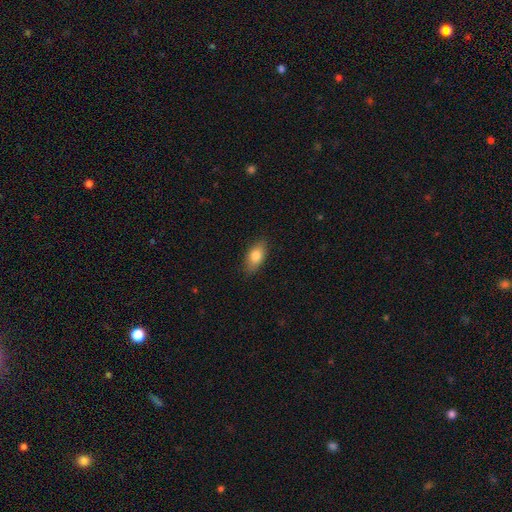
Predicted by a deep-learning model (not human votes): smooth 79%, featured or disk 14%, star or artifact 7%. Down the decision tree: how rounded — in between (87%); merging — none (85%).